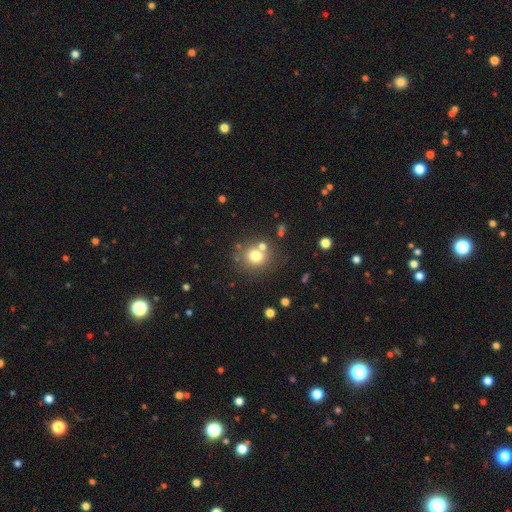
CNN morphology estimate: A smooth galaxy with no disk features (74%) that is round (87%). Merging: none (71%).